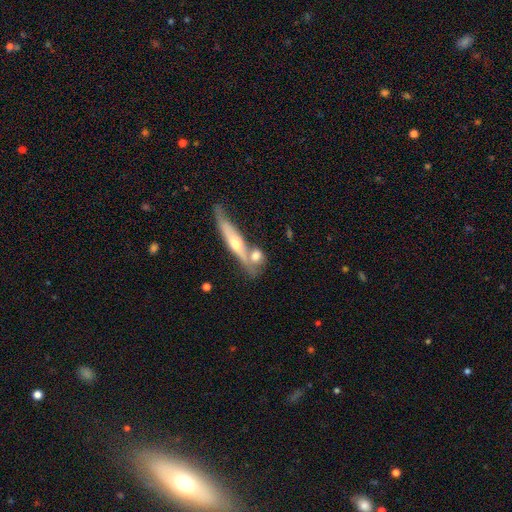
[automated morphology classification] Q: Smooth or featured?
A: smooth (53%); runner-up: featured or disk (41%)
Q: How rounded?
A: cigar-shaped (44%); runner-up: in between (31%)
Q: Merging?
A: none (44%); runner-up: merger (40%)